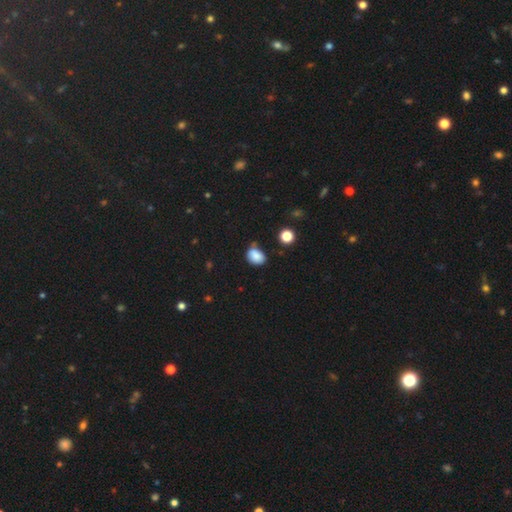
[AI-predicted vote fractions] A smooth galaxy with no disk features (84%) that is in between round and cigar-shaped (65%). Merging: none (58%).